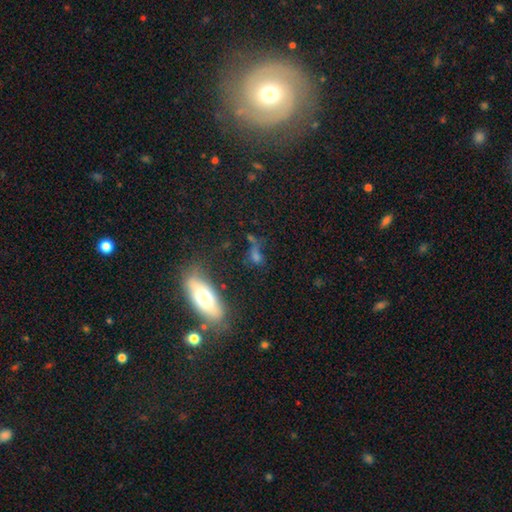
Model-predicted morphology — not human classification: Overall: smooth (58%; star or artifact 21%). How rounded: in between (51%; round 25%). Merging: none (60%).